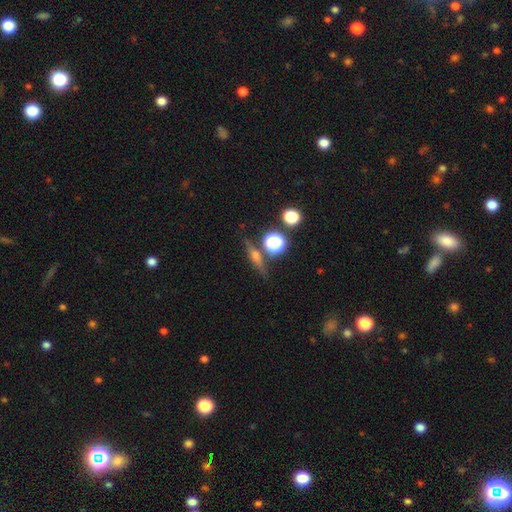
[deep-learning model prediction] Q: Smooth or featured?
A: featured or disk (46%); runner-up: smooth (35%)
Q: Merging?
A: none (78%); runner-up: minor disturbance (12%)